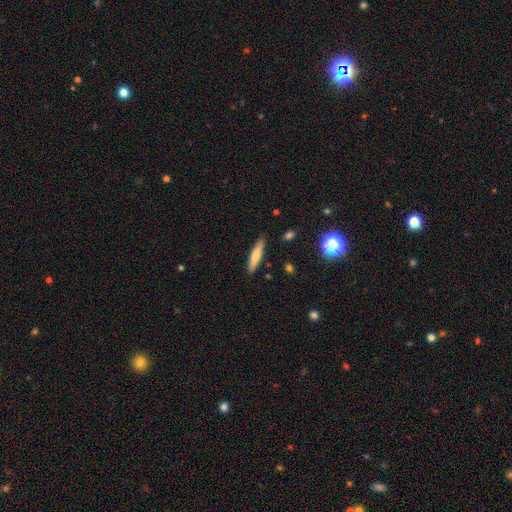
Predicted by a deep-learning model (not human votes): A smooth galaxy with no disk features (64%) that is cigar-shaped (85%).

Vote fractions:
- Smooth or featured? smooth: 64% / featured or disk: 29% / star or artifact: 7%
- How rounded? cigar-shaped: 85% / in between: 13% / round: 2%
- Merging? none: 89% / minor disturbance: 8% / major disturbance: 2% / merger: 1%